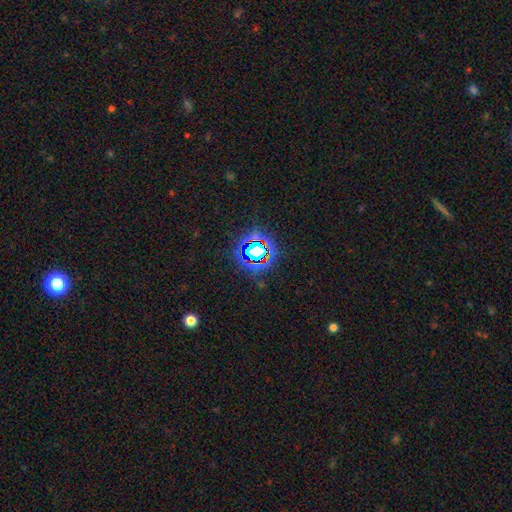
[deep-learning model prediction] A star or artifact, not a galaxy (70%).

Vote fractions:
- Smooth or featured? star or artifact: 70% / smooth: 17% / featured or disk: 12%